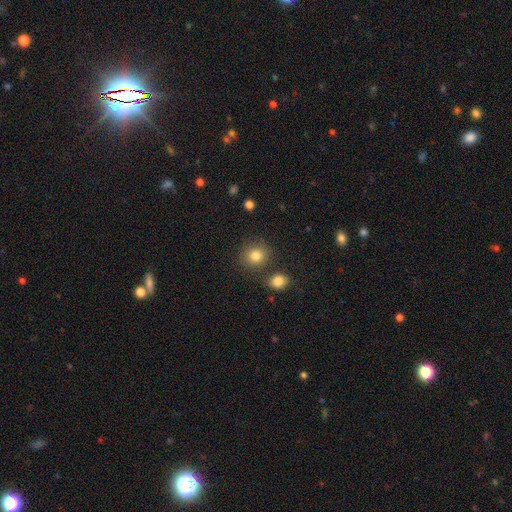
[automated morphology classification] A smooth galaxy with no disk features (83%) that is round (84%). Merging: none (80%).